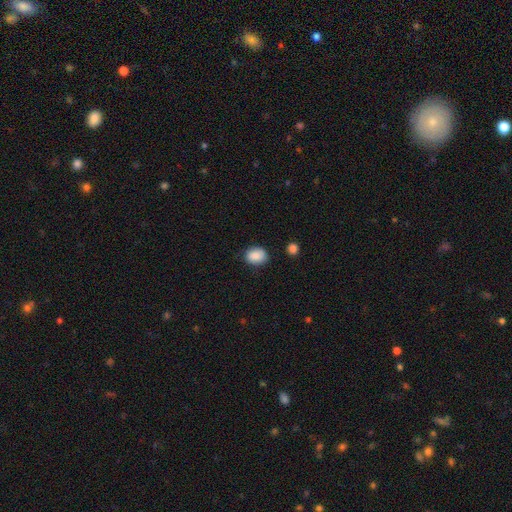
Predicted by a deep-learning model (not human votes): smooth-or-featured: smooth: 88% | star or artifact: 8% | featured or disk: 4%
  how-rounded: in between: 56% | round: 43% | cigar-shaped: 1%
  merging: none: 78% | minor disturbance: 17% | major disturbance: 3% | merger: 2%